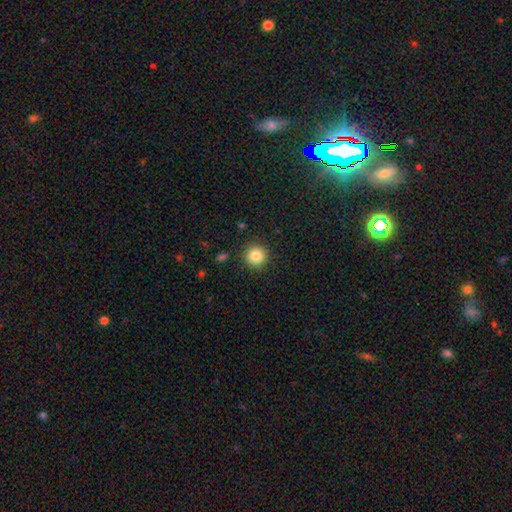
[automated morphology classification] A smooth galaxy with no disk features (84%) that is round (95%).

Vote fractions:
- Smooth or featured? smooth: 84% / star or artifact: 10% / featured or disk: 6%
- How rounded? round: 95% / in between: 4% / cigar-shaped: 1%
- Merging? none: 91% / minor disturbance: 6% / major disturbance: 2% / merger: 1%